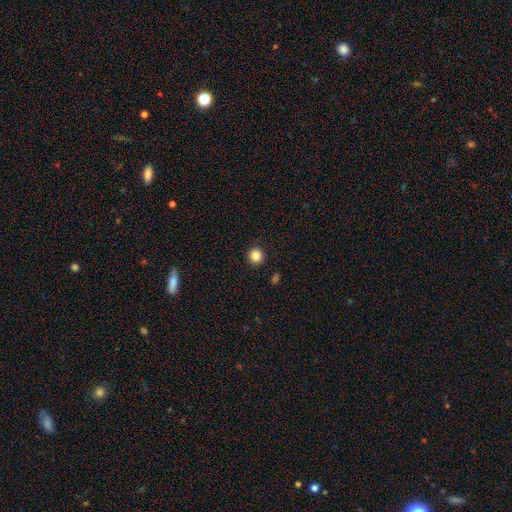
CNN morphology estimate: Smooth or featured? smooth (85%)
How rounded? round (91%)
Merging? none (91%)